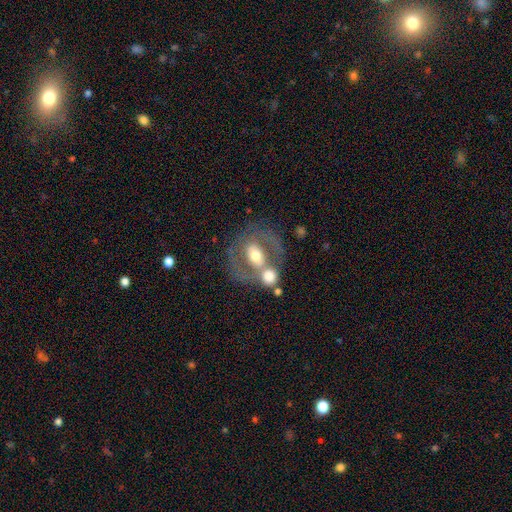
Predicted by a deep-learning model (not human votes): A featured or disk galaxy (58%) with no bar (50%), no spiral arms (62%) and a moderate central bulge (66%). Merging: none (42%).